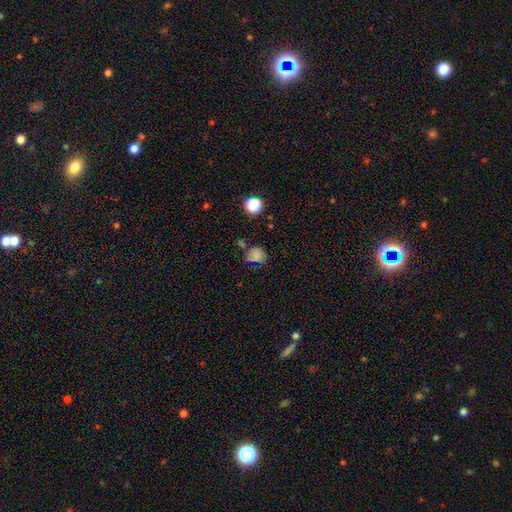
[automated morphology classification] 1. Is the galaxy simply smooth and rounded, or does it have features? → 71% smooth, 18% star or artifact, 10% featured or disk.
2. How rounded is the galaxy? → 77% round, 22% in between, 1% cigar-shaped.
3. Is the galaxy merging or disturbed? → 60% none, 24% minor disturbance, 8% merger, 8% major disturbance.